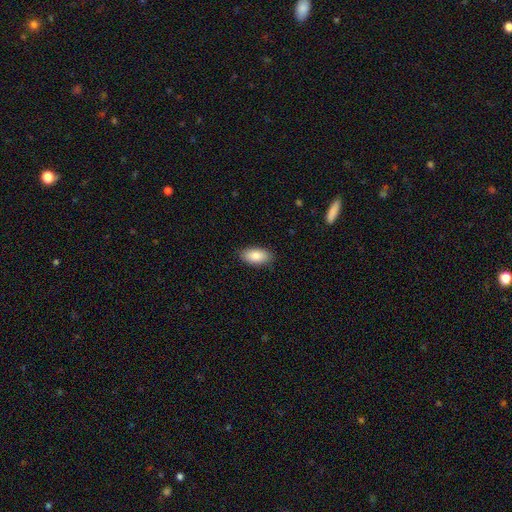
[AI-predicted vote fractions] Smooth or featured: smooth — 85% (featured or disk — 8%)
How rounded: in between — 93% (cigar-shaped — 4%)
Merging: none — 87% (minor disturbance — 10%)